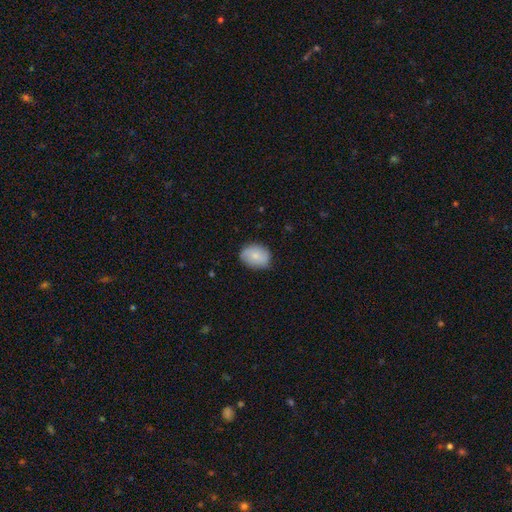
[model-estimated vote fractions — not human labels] smooth-or-featured: smooth: 73% | featured or disk: 20% | star or artifact: 7%
  how-rounded: in between: 58% | round: 41% | cigar-shaped: 1%
  merging: none: 77% | minor disturbance: 18% | major disturbance: 3% | merger: 1%